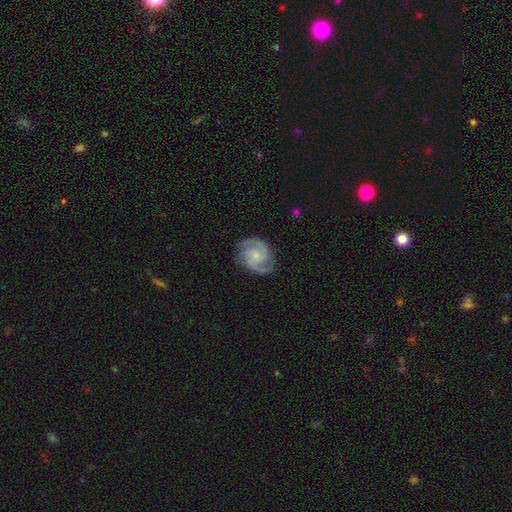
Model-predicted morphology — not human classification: Smooth or featured? Predicted: featured or disk (p=0.87). Edge-on disk? Predicted: no (p=0.98). Bar? Predicted: no (p=0.62). Spiral arms? Predicted: yes (p=0.98). Spiral winding? Predicted: medium (p=0.52). Spiral arm count? Predicted: 2 (p=0.84). Bulge size? Predicted: small (p=0.54). Merging? Predicted: none (p=0.82).